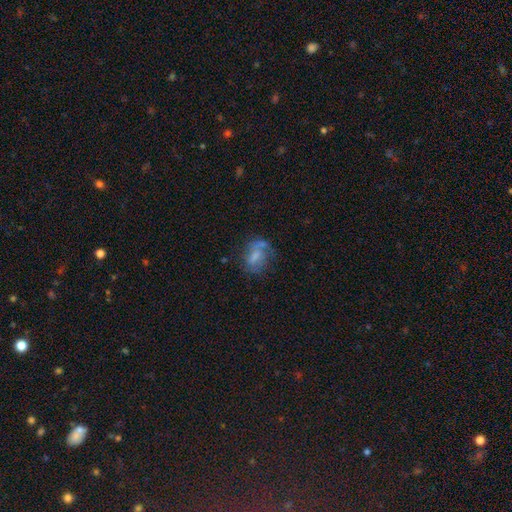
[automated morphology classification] Smooth or featured?
  - smooth: 49% *
  - featured or disk: 41%
  - star or artifact: 10%
Merging?
  - none: 45% *
  - minor disturbance: 25%
  - major disturbance: 22%
  - merger: 9%